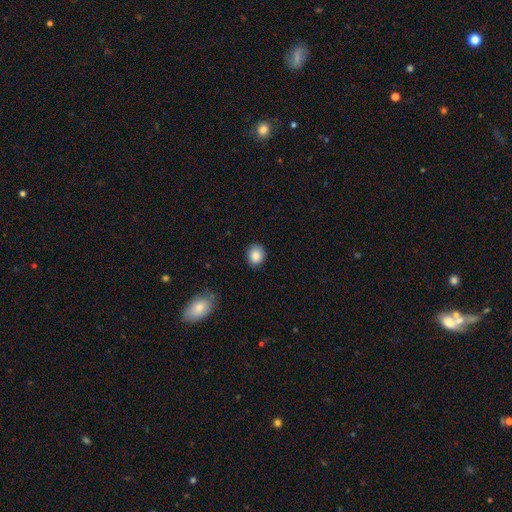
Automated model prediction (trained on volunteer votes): Smooth or featured?
  - smooth: 86% *
  - star or artifact: 9%
  - featured or disk: 6%
How rounded?
  - round: 62% *
  - in between: 37%
  - cigar-shaped: 1%
Merging?
  - none: 85% *
  - minor disturbance: 11%
  - major disturbance: 2%
  - merger: 1%